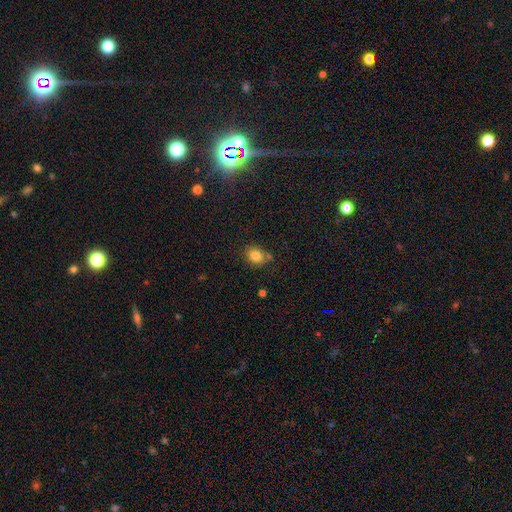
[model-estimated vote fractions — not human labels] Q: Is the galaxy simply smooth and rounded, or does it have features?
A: smooth — 83%.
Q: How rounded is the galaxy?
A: in between — 52%.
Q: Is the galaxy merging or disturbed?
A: none — 70%.